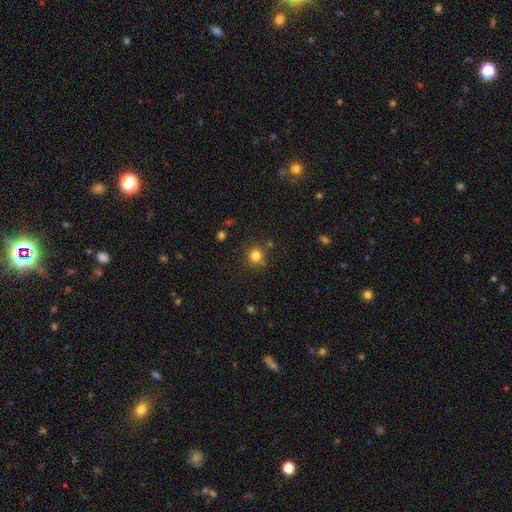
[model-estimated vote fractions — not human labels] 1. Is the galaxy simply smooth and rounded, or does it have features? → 82% smooth, 13% star or artifact, 5% featured or disk.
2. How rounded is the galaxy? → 90% round, 9% in between, 1% cigar-shaped.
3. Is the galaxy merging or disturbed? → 83% none, 10% minor disturbance, 4% merger, 3% major disturbance.